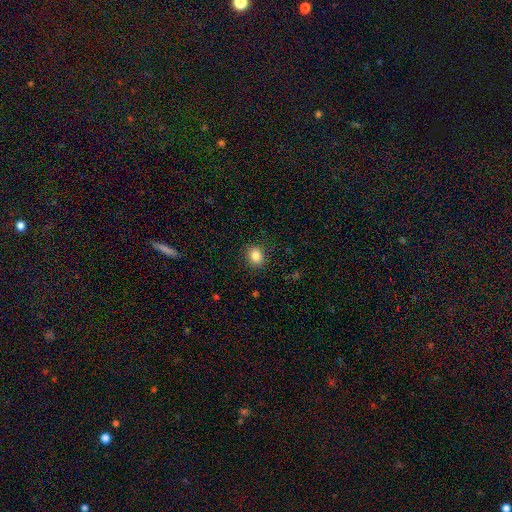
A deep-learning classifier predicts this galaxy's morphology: Smooth or featured: smooth — 85% (star or artifact — 10%)
How rounded: round — 70% (in between — 30%)
Merging: none — 88% (minor disturbance — 8%)